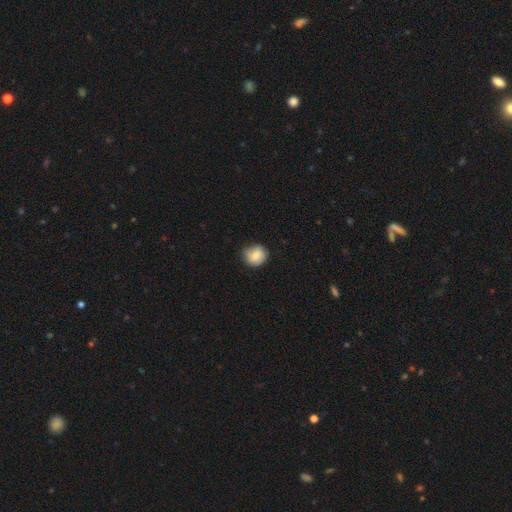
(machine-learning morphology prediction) A smooth galaxy with no disk features (75%) that is round (83%). Merging: none (73%).